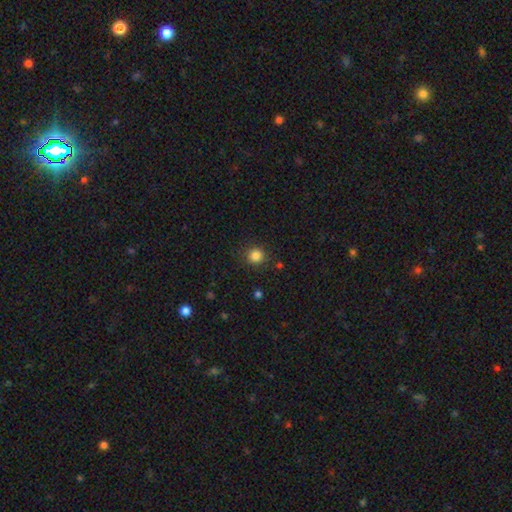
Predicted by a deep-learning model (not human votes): Smooth or featured? Predicted: smooth (p=0.84). How rounded? Predicted: round (p=0.91). Merging? Predicted: none (p=0.88).